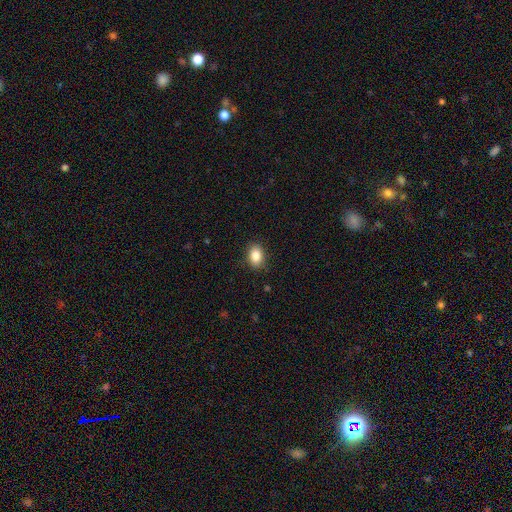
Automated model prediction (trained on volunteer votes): smooth_or_featured: smooth (p=0.86) [alt: star or artifact p=0.09]
how_rounded: in between (p=0.75) [alt: round p=0.24]
merging: none (p=0.87) [alt: minor disturbance p=0.10]